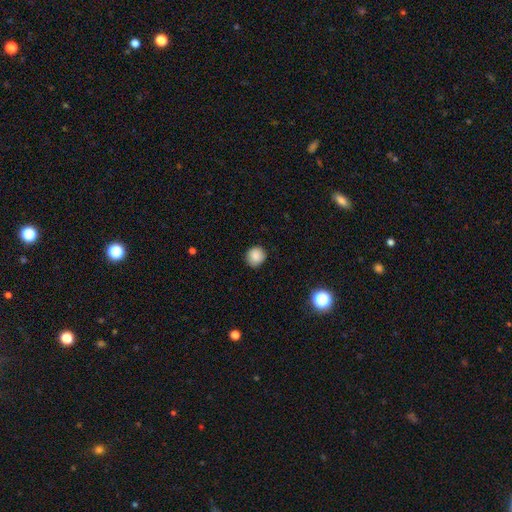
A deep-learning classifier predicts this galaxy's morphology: Smooth or featured? smooth (87%)
How rounded? round (90%)
Merging? none (87%)